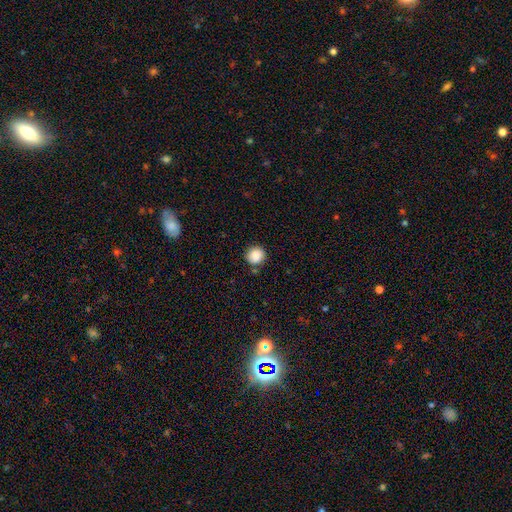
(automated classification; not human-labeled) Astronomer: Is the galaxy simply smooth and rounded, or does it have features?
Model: smooth — 87%.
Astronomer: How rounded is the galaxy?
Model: round — 91%.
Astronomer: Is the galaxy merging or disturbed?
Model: none — 81%.